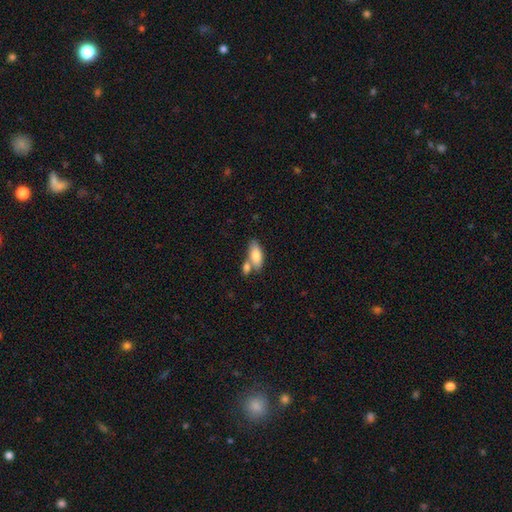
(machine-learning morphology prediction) Smooth or featured?
  - smooth: 78% *
  - featured or disk: 16%
  - star or artifact: 6%
How rounded?
  - in between: 82% *
  - cigar-shaped: 15%
  - round: 3%
Merging?
  - none: 48% *
  - merger: 36%
  - minor disturbance: 12%
  - major disturbance: 4%